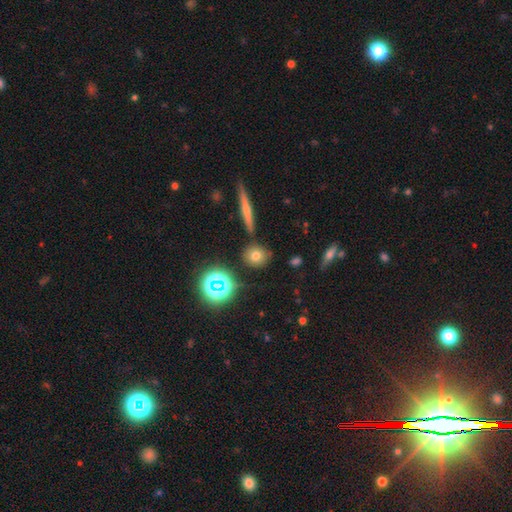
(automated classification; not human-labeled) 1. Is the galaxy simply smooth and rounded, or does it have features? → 69% smooth, 19% star or artifact, 11% featured or disk.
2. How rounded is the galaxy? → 83% round, 15% in between, 2% cigar-shaped.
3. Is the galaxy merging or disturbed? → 84% none, 9% minor disturbance, 5% merger, 3% major disturbance.